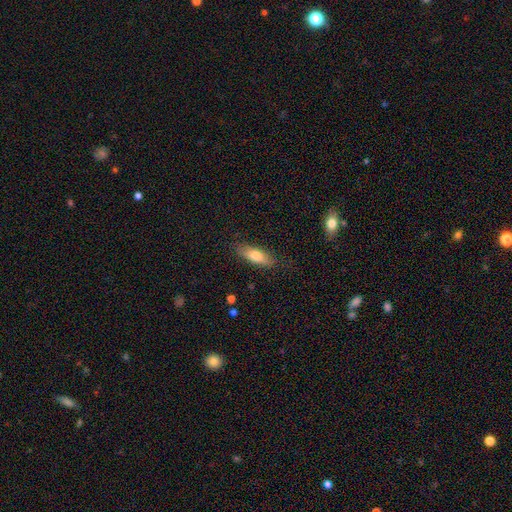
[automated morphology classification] Q: Smooth or featured?
A: smooth (75%); runner-up: featured or disk (19%)
Q: How rounded?
A: in between (62%); runner-up: cigar-shaped (36%)
Q: Merging?
A: none (82%); runner-up: minor disturbance (13%)